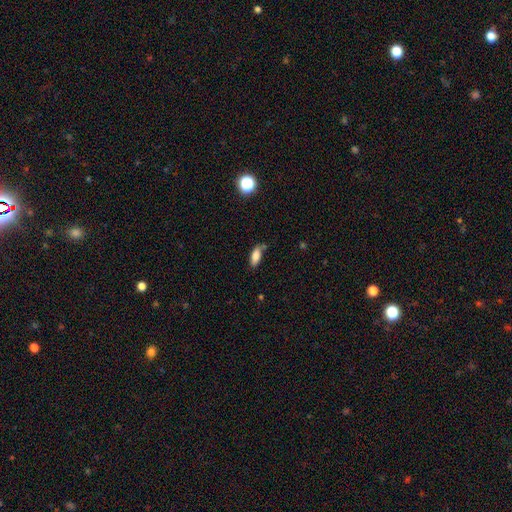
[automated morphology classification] smooth-or-featured: smooth: 82% | featured or disk: 10% | star or artifact: 9%
  how-rounded: in between: 80% | cigar-shaped: 17% | round: 3%
  merging: none: 68% | minor disturbance: 22% | merger: 6% | major disturbance: 5%